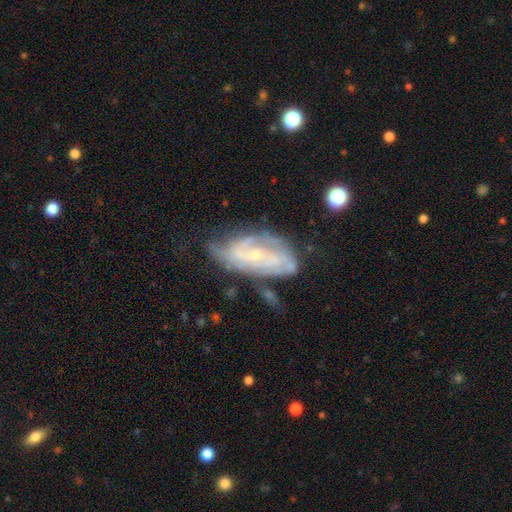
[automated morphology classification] Overall: featured or disk (78%). Edge-on disk: no (93%). Bar: no (54%; weak 33%). Spiral arms: yes (85%). Spiral arm count: can't tell (41%; 2 30%). Spiral winding: tight (51%; medium 36%). Bulge size: small (71%). Merging: none (53%; minor disturbance 28%).